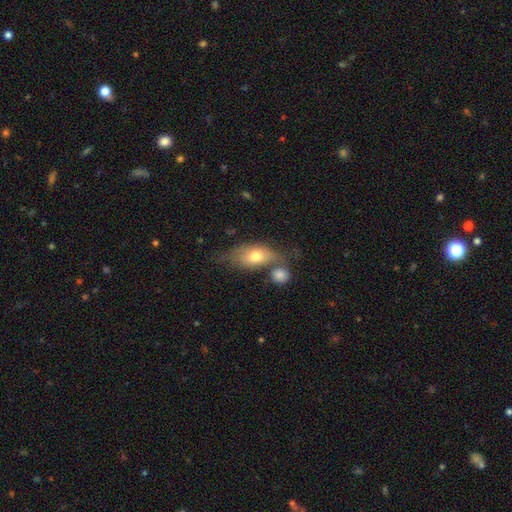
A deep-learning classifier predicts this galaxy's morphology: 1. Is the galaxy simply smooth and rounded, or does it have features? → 69% smooth, 23% featured or disk, 7% star or artifact.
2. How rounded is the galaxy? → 83% in between, 10% round, 7% cigar-shaped.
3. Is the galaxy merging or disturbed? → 40% none, 29% merger, 20% minor disturbance, 12% major disturbance.